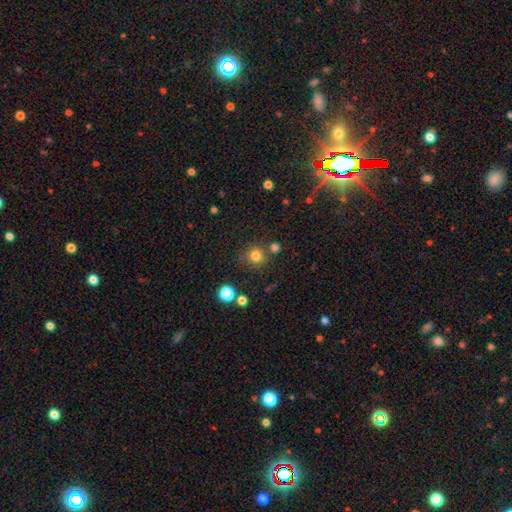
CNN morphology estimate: Q: Smooth or featured?
A: smooth (80%); runner-up: star or artifact (14%)
Q: How rounded?
A: round (92%); runner-up: in between (7%)
Q: Merging?
A: none (80%); runner-up: minor disturbance (9%)